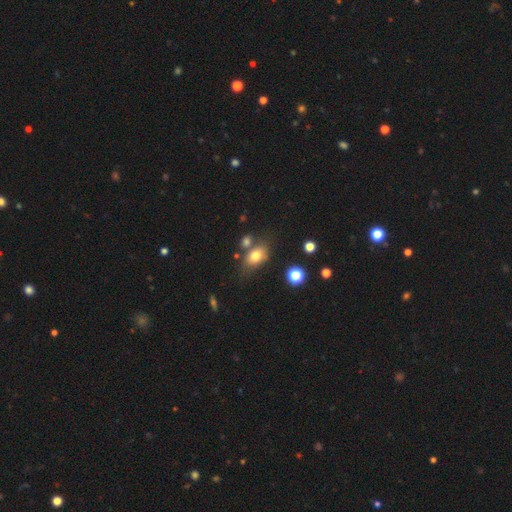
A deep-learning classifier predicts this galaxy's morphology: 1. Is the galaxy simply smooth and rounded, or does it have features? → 76% smooth, 13% featured or disk, 11% star or artifact.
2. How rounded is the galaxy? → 79% in between, 19% round, 2% cigar-shaped.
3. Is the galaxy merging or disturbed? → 62% none, 16% minor disturbance, 16% merger, 6% major disturbance.